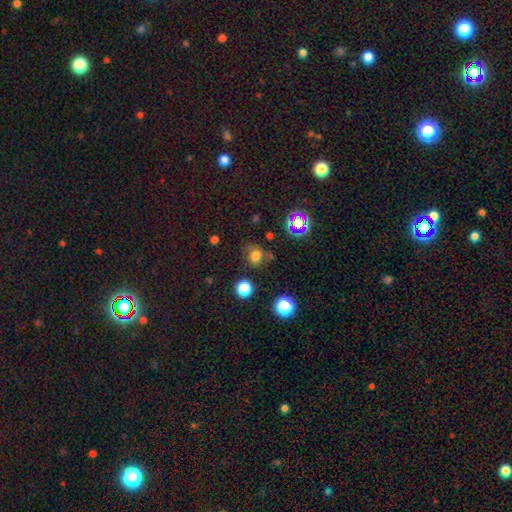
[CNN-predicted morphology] Overall: smooth (69%). How rounded: round (77%). Merging: none (71%).